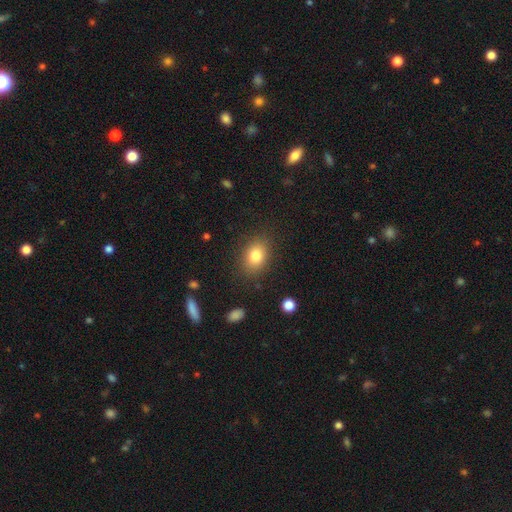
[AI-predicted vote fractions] smooth-or-featured: smooth: 81% | star or artifact: 10% | featured or disk: 9%
  how-rounded: in between: 65% | round: 33% | cigar-shaped: 1%
  merging: none: 84% | minor disturbance: 11% | major disturbance: 4% | merger: 1%